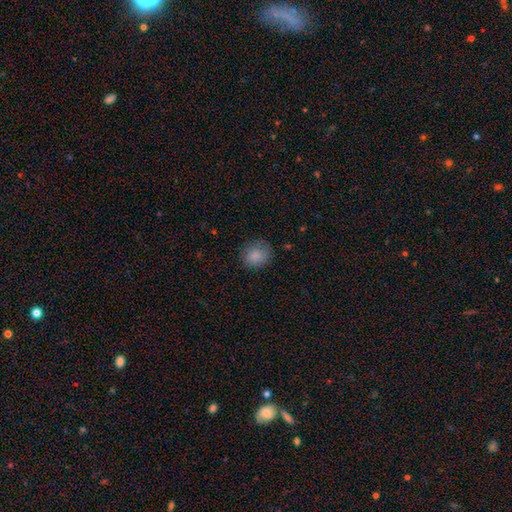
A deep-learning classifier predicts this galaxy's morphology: Overall: smooth (86%). How rounded: round (74%). Merging: none (76%).